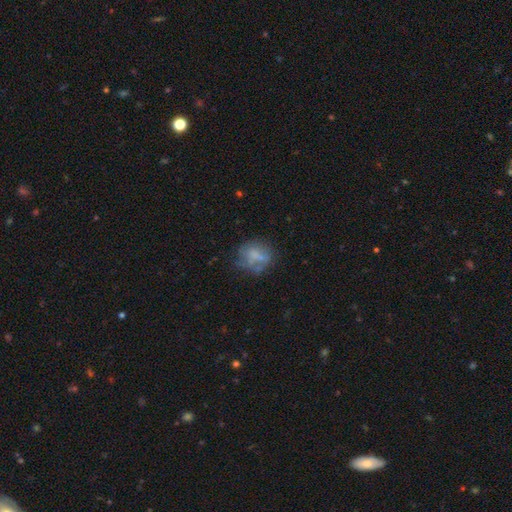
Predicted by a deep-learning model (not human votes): Smooth or featured? smooth (52%)
How rounded? round (64%)
Merging? none (51%)